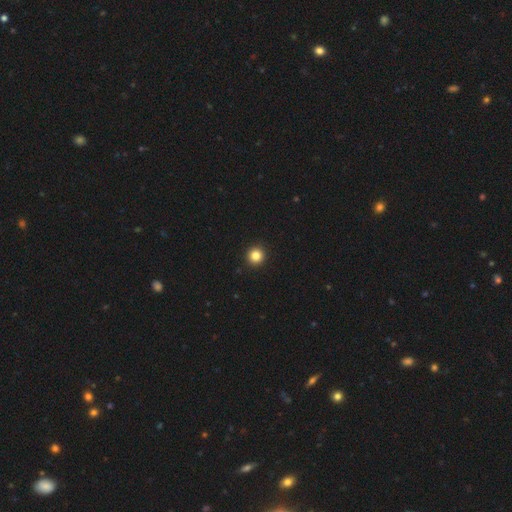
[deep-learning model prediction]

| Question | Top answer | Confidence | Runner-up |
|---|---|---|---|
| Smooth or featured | smooth | 84% | star or artifact (11%) |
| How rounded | round | 95% | in between (4%) |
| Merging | none | 94% | minor disturbance (4%) |